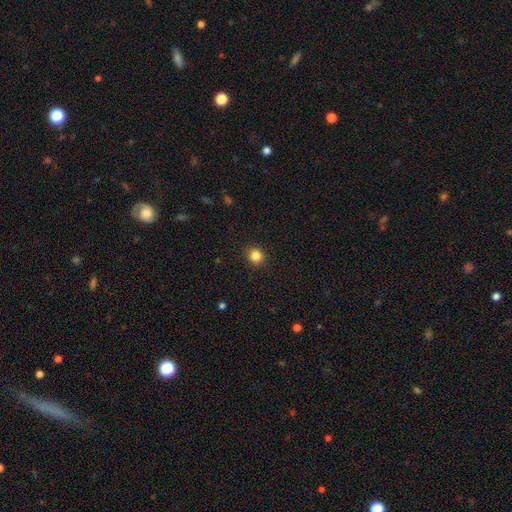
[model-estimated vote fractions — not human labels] A smooth galaxy with no disk features (84%) that is round (83%).

Vote fractions:
- Smooth or featured? smooth: 84% / star or artifact: 11% / featured or disk: 5%
- How rounded? round: 83% / in between: 16% / cigar-shaped: 1%
- Merging? none: 91% / minor disturbance: 6% / major disturbance: 2% / merger: 1%